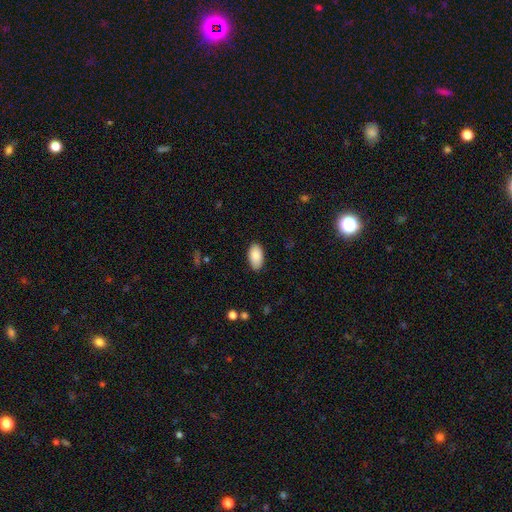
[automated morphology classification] Smooth or featured: smooth — 89% (star or artifact — 6%)
How rounded: in between — 96% (round — 3%)
Merging: none — 87% (minor disturbance — 10%)